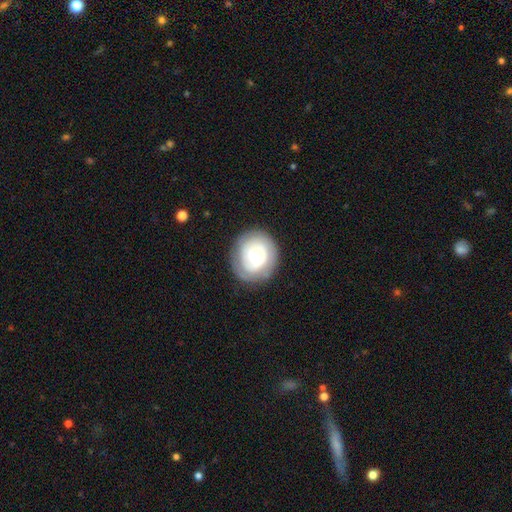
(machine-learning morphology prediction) A featured or disk galaxy (56%) with no bar (77%), spiral arms (69%) and a moderate central bulge (56%).

Vote fractions:
- Smooth or featured? featured or disk: 56% / smooth: 37% / star or artifact: 7%
- Edge-on disk? no: 97% / yes: 3%
- Bar? no: 77% / weak: 18% / strong: 5%
- Spiral arms? yes: 69% / no: 31%
- Bulge size? moderate: 56% / small: 26% / large: 15% / dominant: 2% / none: 1%
- Merging? none: 80% / minor disturbance: 13% / major disturbance: 5% / merger: 1%